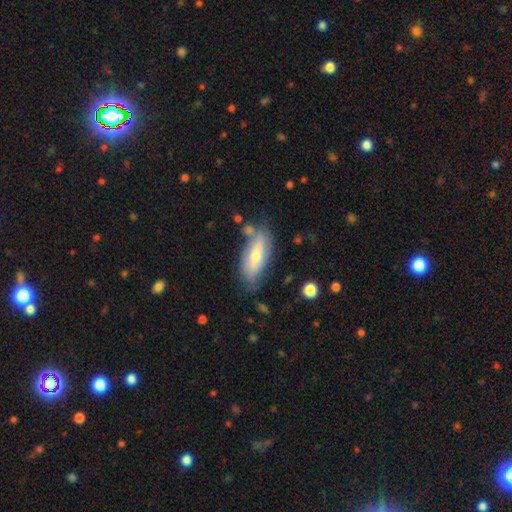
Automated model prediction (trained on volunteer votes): A smooth galaxy with no disk features (54%) that is in between round and cigar-shaped (73%). Merging: none (66%).